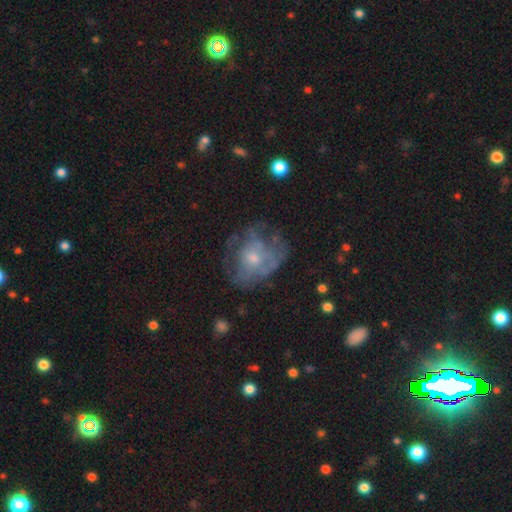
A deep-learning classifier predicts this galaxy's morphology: smooth_or_featured: featured or disk (p=0.59) [alt: smooth p=0.28]
disk_edge_on: no (p=0.96) [alt: yes p=0.04]
bar: no (p=0.84) [alt: weak p=0.14]
has_spiral_arms: no (p=0.51) [alt: yes p=0.49]
bulge_size: small (p=0.56) [alt: moderate p=0.37]
merging: none (p=0.53) [alt: minor disturbance p=0.22]